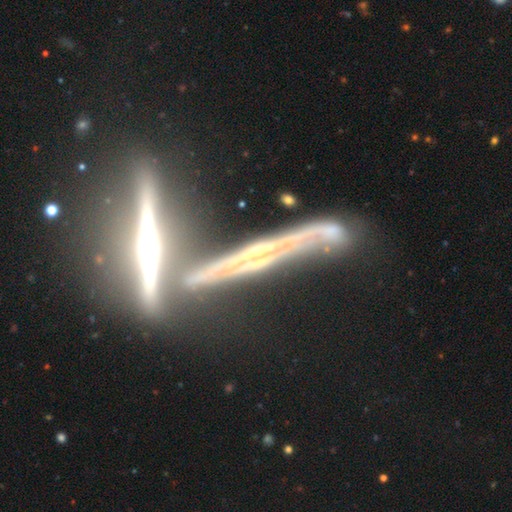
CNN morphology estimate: A featured or disk galaxy (85%) viewed edge-on (90%) with a rounded central bulge (54%).

Vote fractions:
- Smooth or featured? featured or disk: 85% / star or artifact: 8% / smooth: 7%
- Edge-on disk? yes: 90% / no: 10%
- Edge-on bulge? rounded: 54% / none: 33% / boxy: 13%
- Merging? none: 43% / merger: 33% / minor disturbance: 15% / major disturbance: 9%